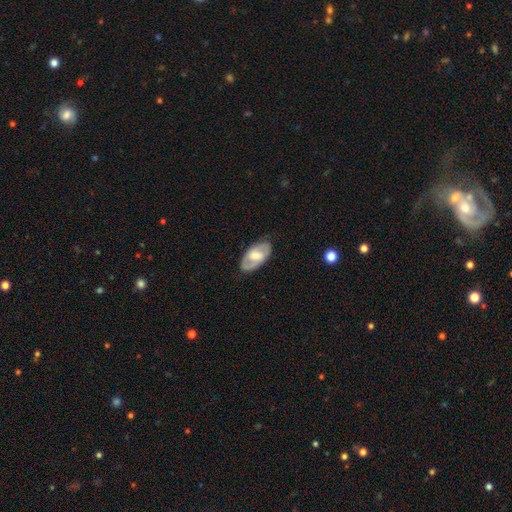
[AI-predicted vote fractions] Morphology: type=featured or disk (59%); edge-on=no (92%); bar=weak (45%); spiral arms=yes (65%); bulge=moderate (55%); merging=none (81%).